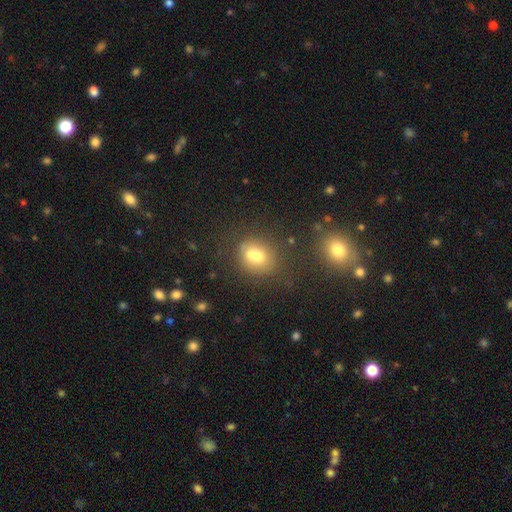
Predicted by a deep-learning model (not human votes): Q: Smooth or featured?
A: smooth (71%); runner-up: featured or disk (15%)
Q: How rounded?
A: round (67%); runner-up: in between (32%)
Q: Merging?
A: none (57%); runner-up: merger (24%)